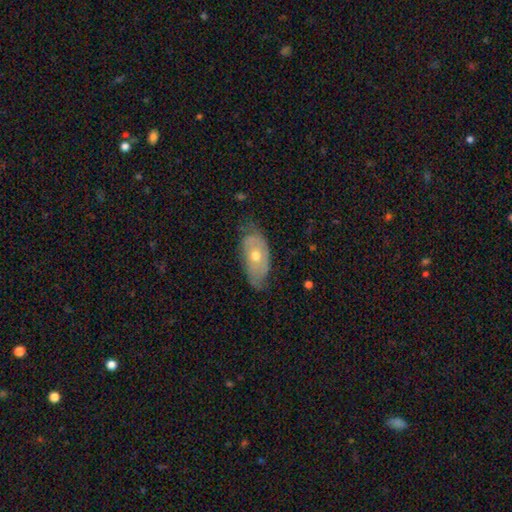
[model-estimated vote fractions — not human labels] A featured or disk galaxy (52%). Merging: none (58%).